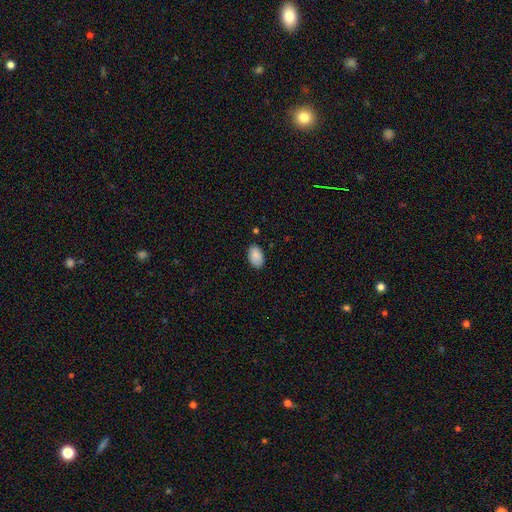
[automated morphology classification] smooth-or-featured: smooth: 88% | star or artifact: 7% | featured or disk: 5%
  how-rounded: in between: 92% | round: 6% | cigar-shaped: 1%
  merging: none: 83% | minor disturbance: 13% | major disturbance: 2% | merger: 2%